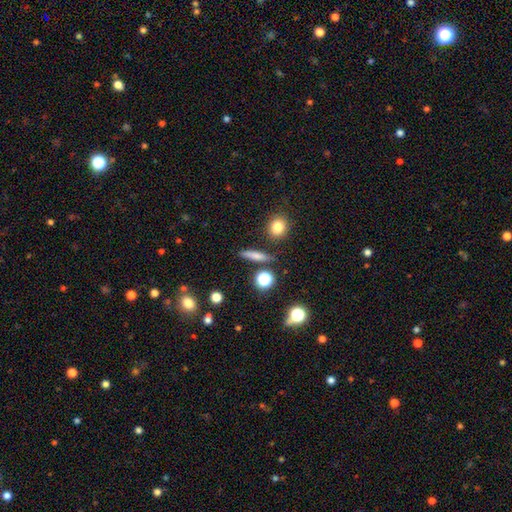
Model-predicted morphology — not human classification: Overall: smooth (67%). How rounded: cigar-shaped (69%). Merging: none (85%).